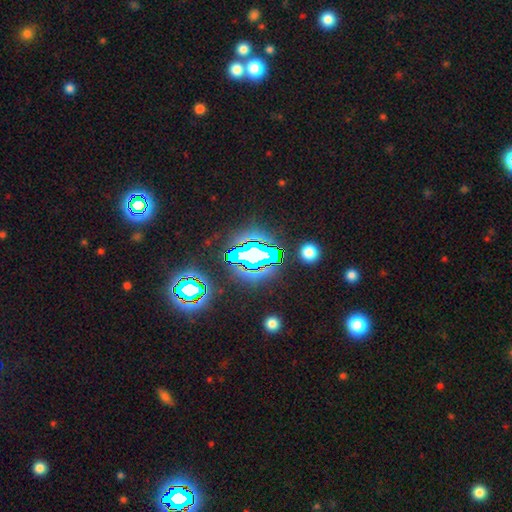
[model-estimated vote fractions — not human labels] This is likely a star or artifact rather than a galaxy (75%).